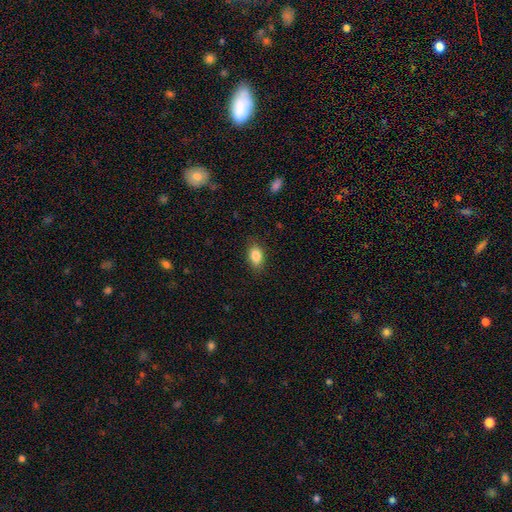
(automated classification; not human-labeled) Smooth or featured: smooth — 86% (star or artifact — 8%)
How rounded: in between — 85% (round — 13%)
Merging: none — 85% (minor disturbance — 11%)